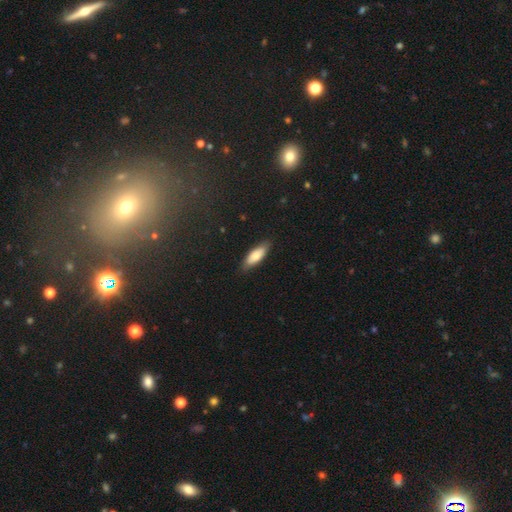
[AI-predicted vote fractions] Smooth or featured: smooth — 76% (featured or disk — 18%)
How rounded: in between — 61% (cigar-shaped — 38%)
Merging: none — 84% (minor disturbance — 12%)